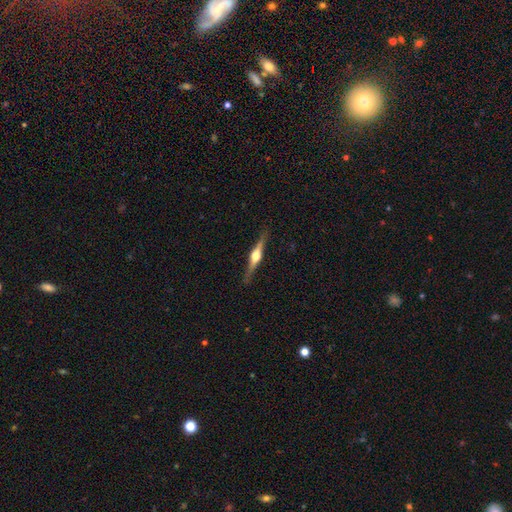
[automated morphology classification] Smooth or featured? featured or disk (80%)
Edge-on disk? yes (98%)
Edge-on bulge? rounded (94%)
Merging? none (89%)